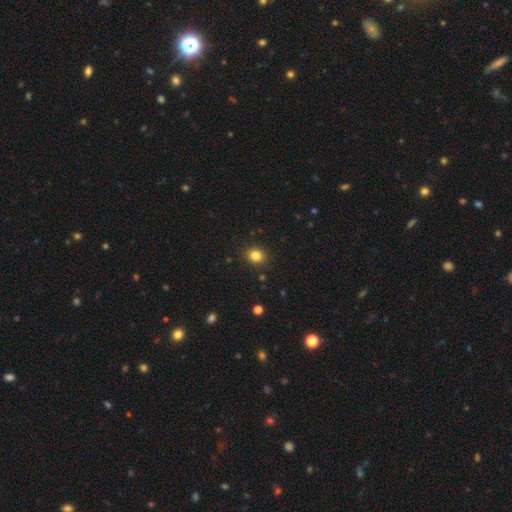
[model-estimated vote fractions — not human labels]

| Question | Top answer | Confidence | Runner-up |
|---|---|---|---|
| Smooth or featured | smooth | 83% | star or artifact (11%) |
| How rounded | round | 64% | in between (35%) |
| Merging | none | 89% | minor disturbance (8%) |